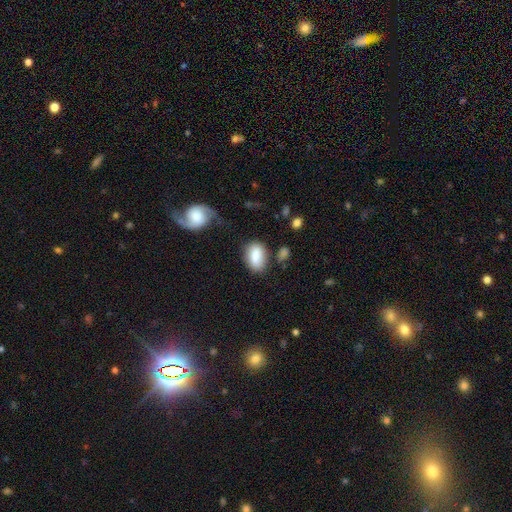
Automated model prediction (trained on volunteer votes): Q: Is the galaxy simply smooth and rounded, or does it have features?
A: smooth — 81%.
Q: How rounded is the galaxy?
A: in between — 87%.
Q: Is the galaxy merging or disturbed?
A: none — 68%.